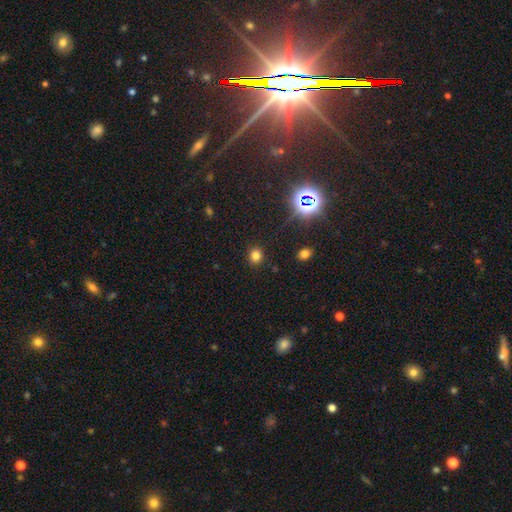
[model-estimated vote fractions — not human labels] A smooth galaxy with no disk features (77%) that is round (83%).

Vote fractions:
- Smooth or featured? smooth: 77% / star or artifact: 18% / featured or disk: 5%
- How rounded? round: 83% / in between: 16% / cigar-shaped: 1%
- Merging? none: 89% / minor disturbance: 7% / major disturbance: 3% / merger: 2%